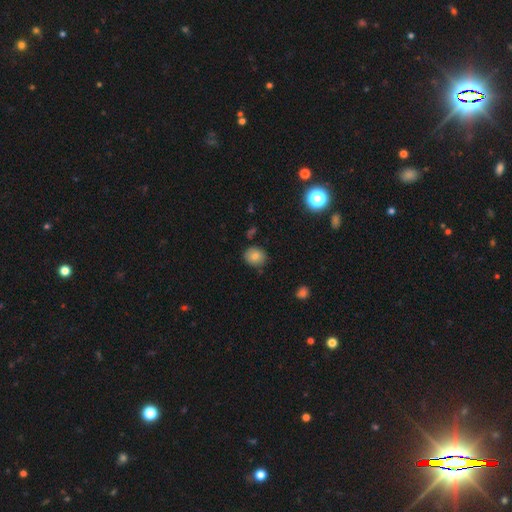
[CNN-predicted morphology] Smooth or featured?
  - smooth: 80% *
  - star or artifact: 11%
  - featured or disk: 9%
How rounded?
  - round: 72% *
  - in between: 27%
  - cigar-shaped: 1%
Merging?
  - none: 82% *
  - minor disturbance: 13%
  - merger: 3%
  - major disturbance: 2%